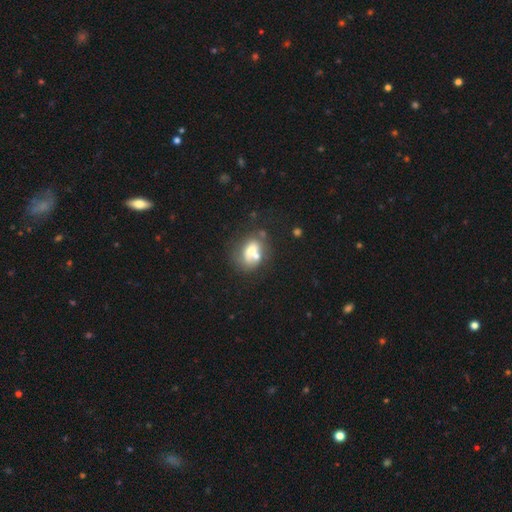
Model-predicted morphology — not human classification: Q: Smooth or featured?
A: smooth (56%); runner-up: featured or disk (33%)
Q: How rounded?
A: in between (57%); runner-up: round (42%)
Q: Merging?
A: merger (46%); runner-up: none (32%)